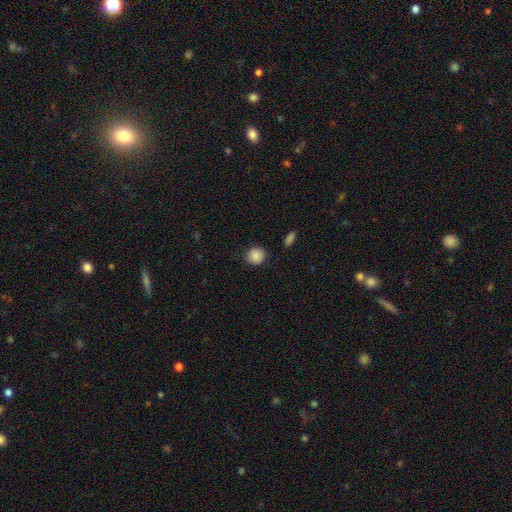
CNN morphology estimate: A smooth galaxy with no disk features (88%) that is round (86%). Merging: none (87%).